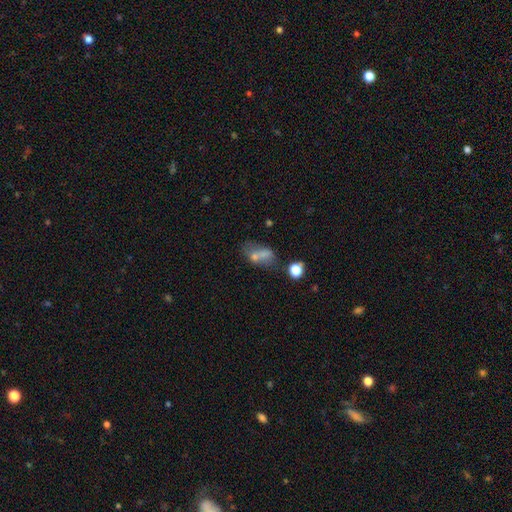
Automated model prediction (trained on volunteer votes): A smooth galaxy with no disk features (51%) that is in between round and cigar-shaped (73%). Merging: none (37%).